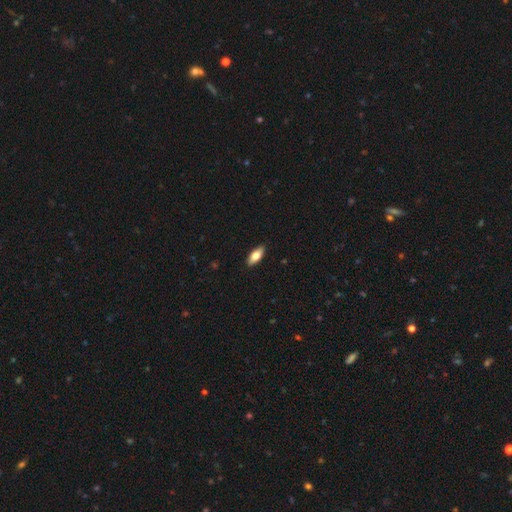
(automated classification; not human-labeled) smooth-or-featured: smooth: 74% | featured or disk: 20% | star or artifact: 6%
  how-rounded: in between: 79% | cigar-shaped: 18% | round: 2%
  merging: none: 90% | minor disturbance: 8% | major disturbance: 1% | merger: 1%